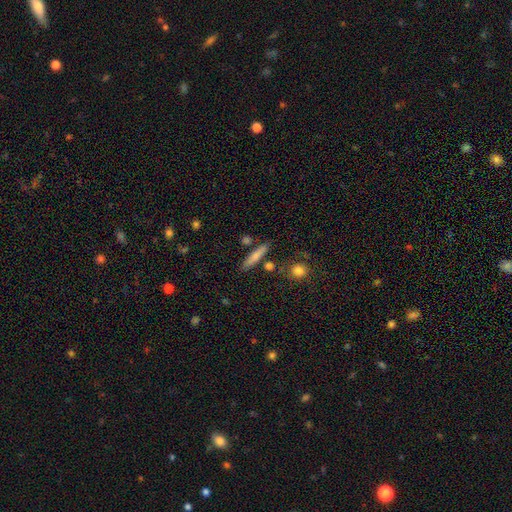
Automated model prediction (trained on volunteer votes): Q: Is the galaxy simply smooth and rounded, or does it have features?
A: smooth — 73%.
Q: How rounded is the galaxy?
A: cigar-shaped — 86%.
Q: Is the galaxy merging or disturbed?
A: none — 80%.